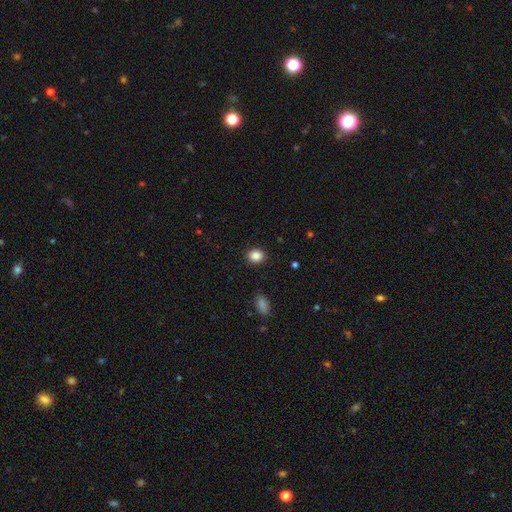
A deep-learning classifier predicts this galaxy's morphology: smooth_or_featured: smooth (p=0.87) [alt: star or artifact p=0.10]
how_rounded: round (p=0.64) [alt: in between p=0.35]
merging: none (p=0.90) [alt: minor disturbance p=0.06]